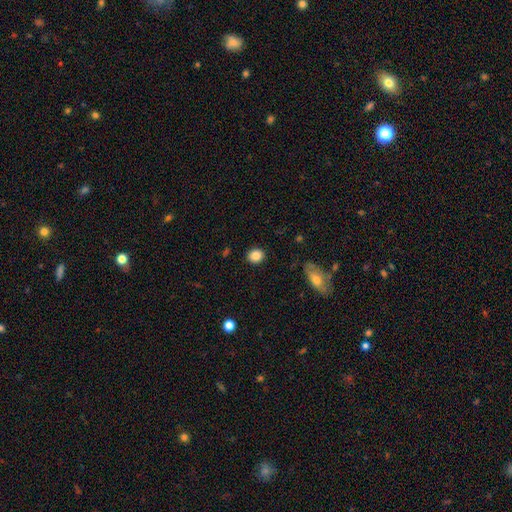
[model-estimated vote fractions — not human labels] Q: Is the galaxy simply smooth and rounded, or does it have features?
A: smooth — 86%.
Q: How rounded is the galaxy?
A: round — 74%.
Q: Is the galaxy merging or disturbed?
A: none — 89%.